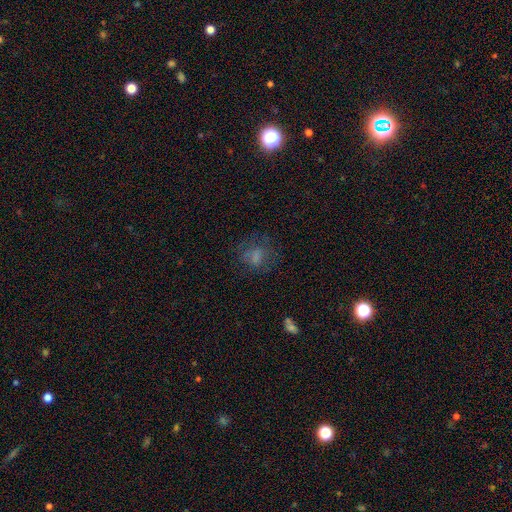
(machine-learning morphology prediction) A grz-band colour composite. It shows a smooth galaxy with no disk features (61%) that is round (59%). Merging: none (58%).